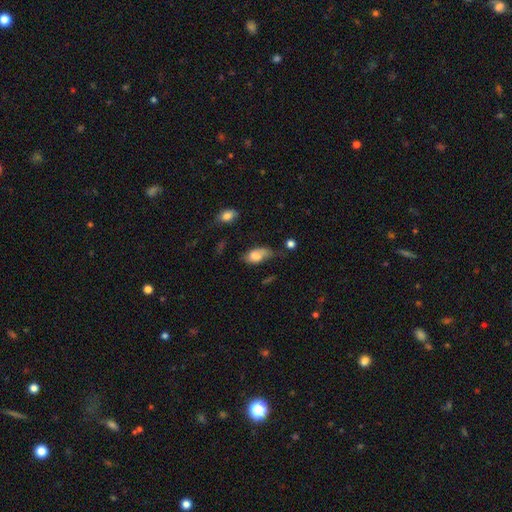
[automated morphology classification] This is likely a smooth galaxy (71%). How rounded: clearly in between (89%). Merging: marginally minor disturbance (38%).